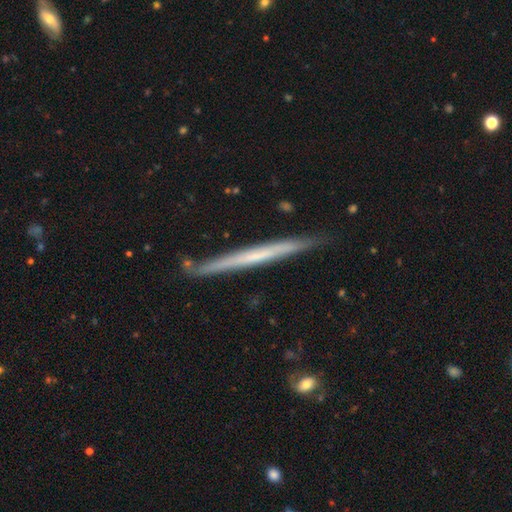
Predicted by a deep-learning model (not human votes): Smooth or featured: featured or disk — 58% (smooth — 36%)
Edge-on disk: yes — 97% (no — 3%)
Edge-on bulge: none — 86% (rounded — 9%)
Merging: none — 86% (minor disturbance — 10%)